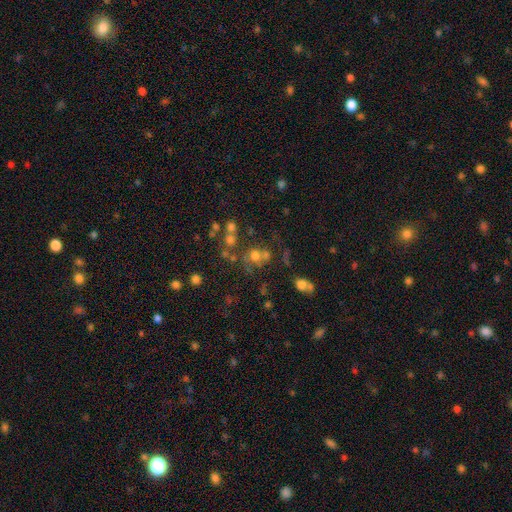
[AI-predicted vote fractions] A smooth galaxy with no disk features (57%) that is round (82%).

Vote fractions:
- Smooth or featured? smooth: 57% / star or artifact: 26% / featured or disk: 17%
- How rounded? round: 82% / in between: 17% / cigar-shaped: 1%
- Merging? none: 54% / merger: 29% / minor disturbance: 10% / major disturbance: 7%